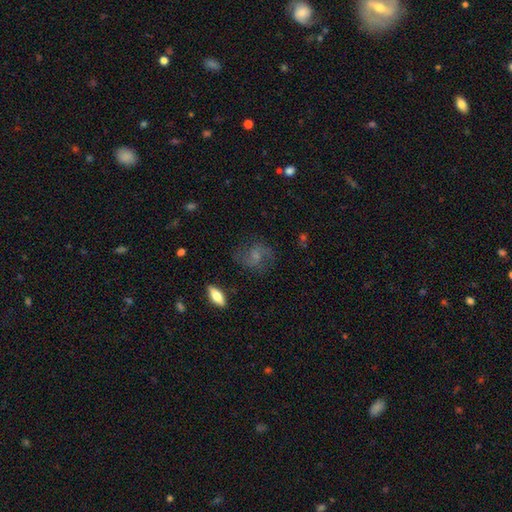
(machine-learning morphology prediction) Smooth or featured: featured or disk — 61% (smooth — 27%)
Edge-on disk: no — 95% (yes — 5%)
Bar: no — 52% (weak — 39%)
Spiral arms: yes — 89% (no — 11%)
Spiral winding: loose — 44% (medium — 43%)
Spiral arm count: 2 — 88% (can't tell — 6%)
Bulge size: small — 48% (moderate — 26%)
Merging: none — 70% (minor disturbance — 18%)